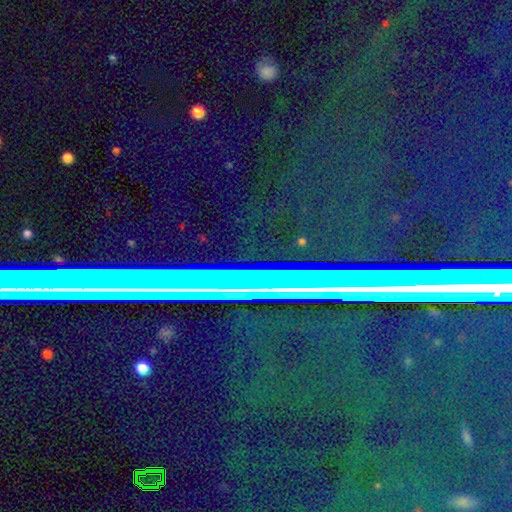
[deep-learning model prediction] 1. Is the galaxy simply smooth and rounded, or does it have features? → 70% star or artifact, 16% featured or disk, 14% smooth.